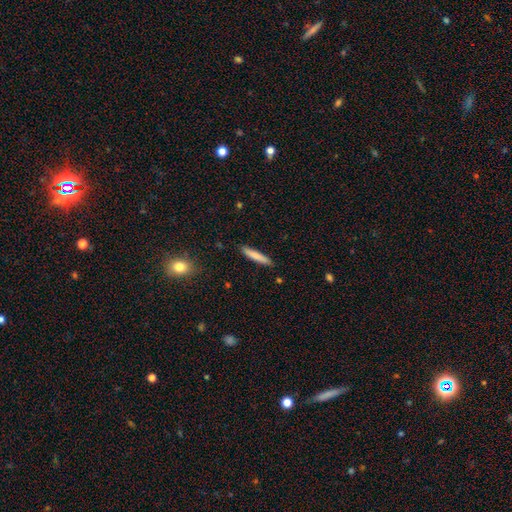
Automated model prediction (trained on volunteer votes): This appears to be a smooth galaxy with no disk features (79%) that is cigar-shaped (91%). Merging: none (88%).